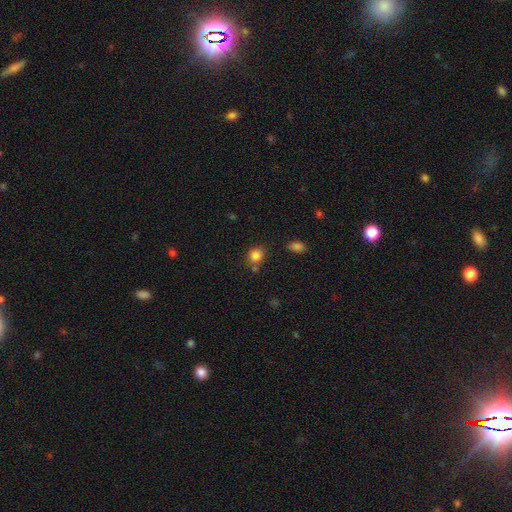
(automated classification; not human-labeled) Smooth or featured?
  - smooth: 84% *
  - star or artifact: 11%
  - featured or disk: 5%
How rounded?
  - round: 77% *
  - in between: 22%
  - cigar-shaped: 1%
Merging?
  - none: 71% *
  - minor disturbance: 13%
  - merger: 11%
  - major disturbance: 4%